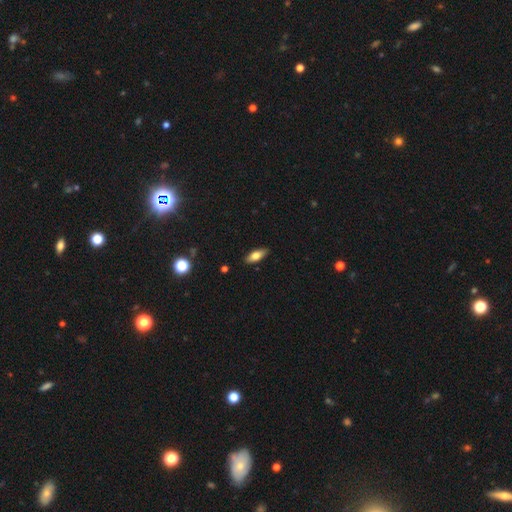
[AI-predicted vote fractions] Overall: smooth (73%). How rounded: in between (76%). Merging: none (88%).